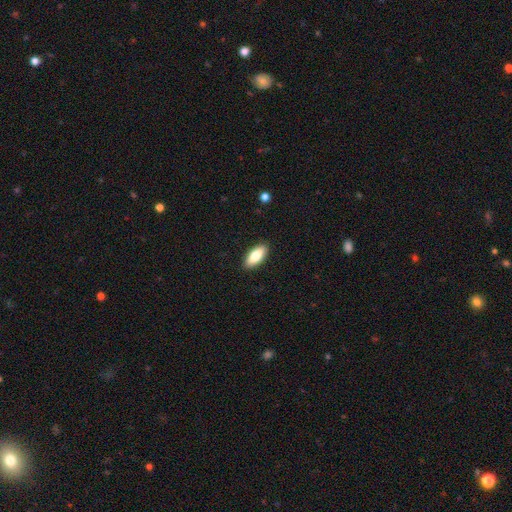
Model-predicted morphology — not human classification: A smooth galaxy with no disk features (80%) that is in between round and cigar-shaped (81%). Merging: none (89%).